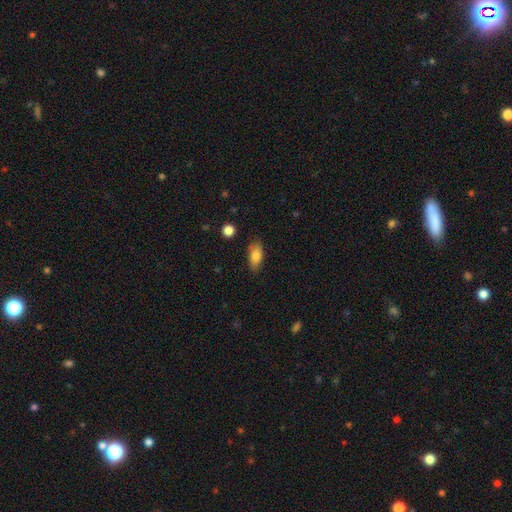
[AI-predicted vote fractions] Smooth or featured? smooth (80%)
How rounded? in between (83%)
Merging? none (82%)